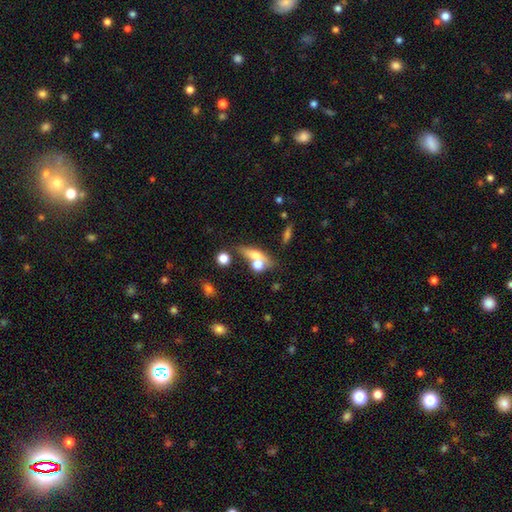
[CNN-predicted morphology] Smooth or featured? smooth (58%)
How rounded? in between (47%)
Merging? merger (43%)